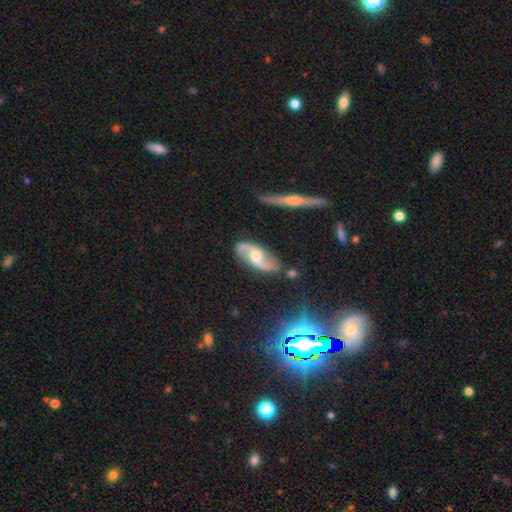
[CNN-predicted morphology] This appears to be a featured or disk galaxy (84%) with no bar (53%), 2 (93%) loose (60%) spiral arms (95%) and a moderate central bulge (67%). Merging: none (80%).